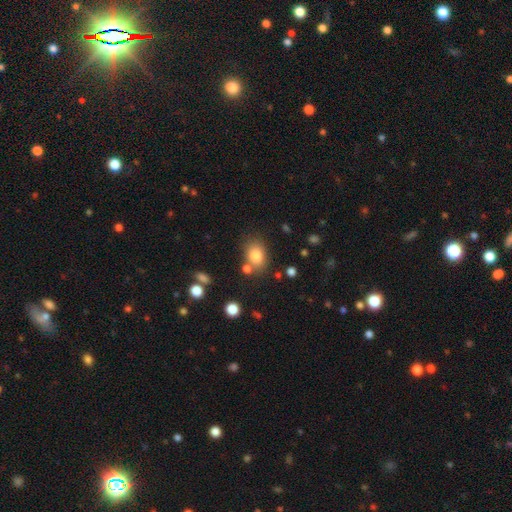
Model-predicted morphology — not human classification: Smooth or featured? smooth (82%)
How rounded? in between (63%)
Merging? none (70%)